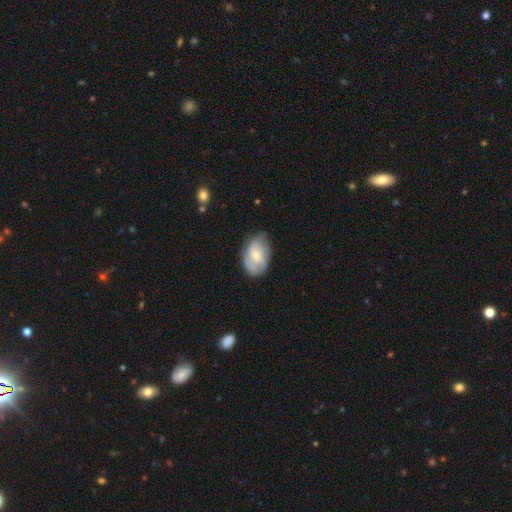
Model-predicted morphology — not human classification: The model was most divided on "smooth or featured": featured or disk: 53%, smooth: 41%, star or artifact: 6%. More confident: edge-on disk — no (96%); spiral arms — yes (76%); bar — no (63%); merging — none (62%); bulge size — small (59%).